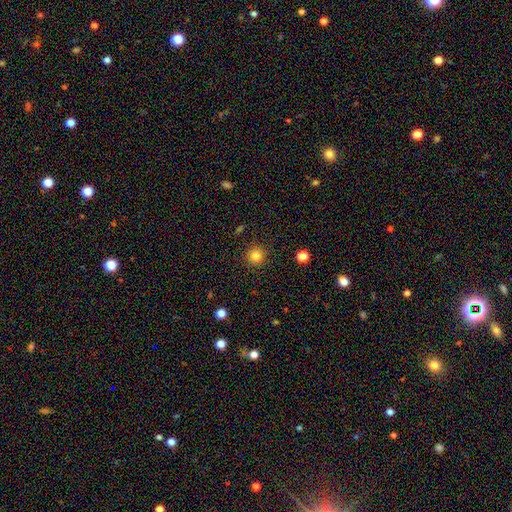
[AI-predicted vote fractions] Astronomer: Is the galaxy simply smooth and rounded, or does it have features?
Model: smooth — 82%.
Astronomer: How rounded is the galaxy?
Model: round — 94%.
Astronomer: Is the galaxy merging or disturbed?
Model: none — 91%.